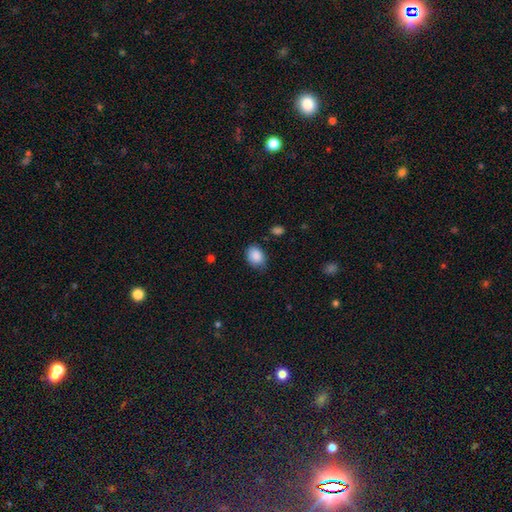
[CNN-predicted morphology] This appears to be a smooth galaxy with no disk features (88%) that is in between round and cigar-shaped (66%). Merging: none (72%).